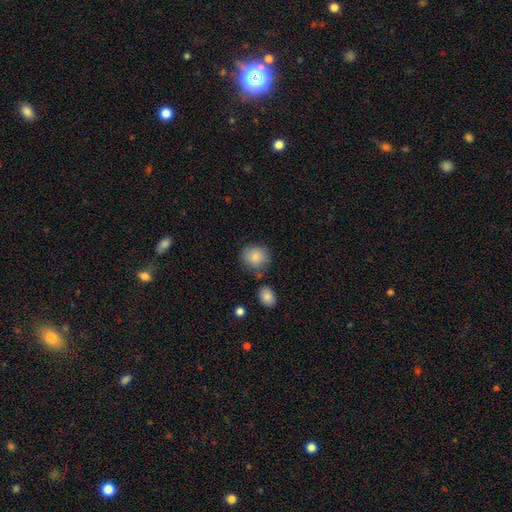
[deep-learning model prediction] Q: Smooth or featured?
A: smooth (84%); runner-up: star or artifact (8%)
Q: How rounded?
A: round (78%); runner-up: in between (21%)
Q: Merging?
A: none (71%); runner-up: minor disturbance (16%)